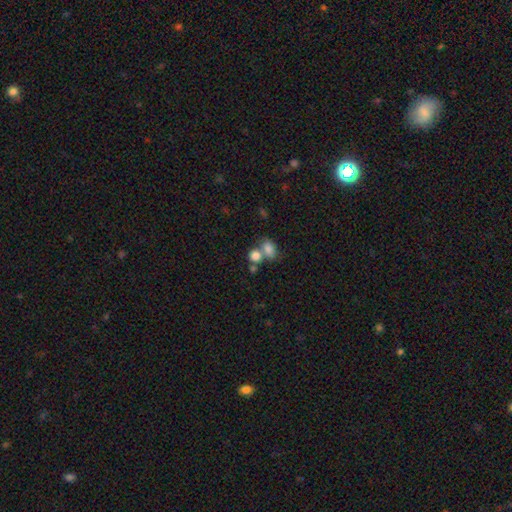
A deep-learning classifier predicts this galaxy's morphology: smooth-or-featured: smooth: 80% | star or artifact: 11% | featured or disk: 9%
  how-rounded: round: 54% | in between: 45% | cigar-shaped: 1%
  merging: merger: 48% | none: 39% | minor disturbance: 9% | major disturbance: 5%